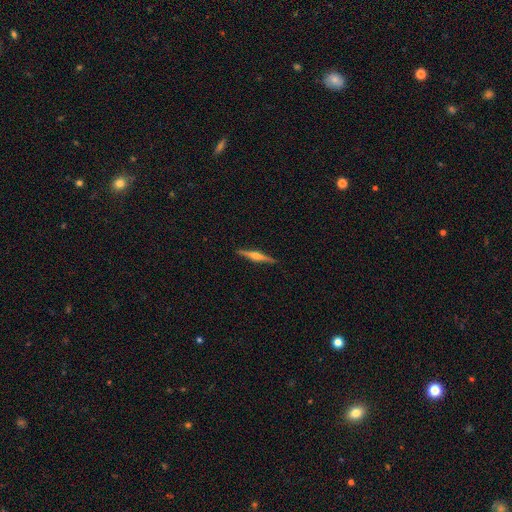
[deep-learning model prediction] Morphology: type=featured or disk (74%); edge-on=yes (98%); edge-on bulge=rounded (87%); merging=none (91%).